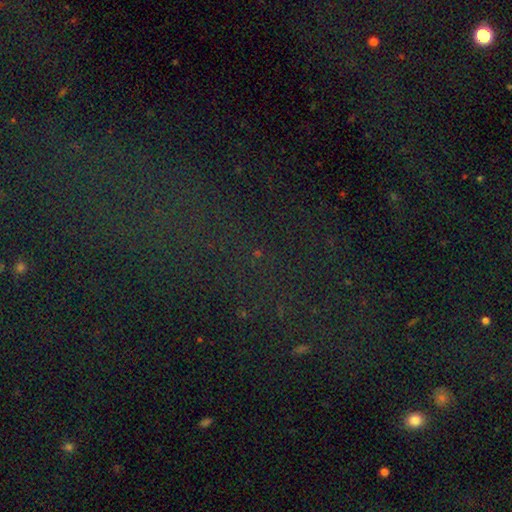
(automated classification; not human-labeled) Morphology: type=star or artifact (73%).